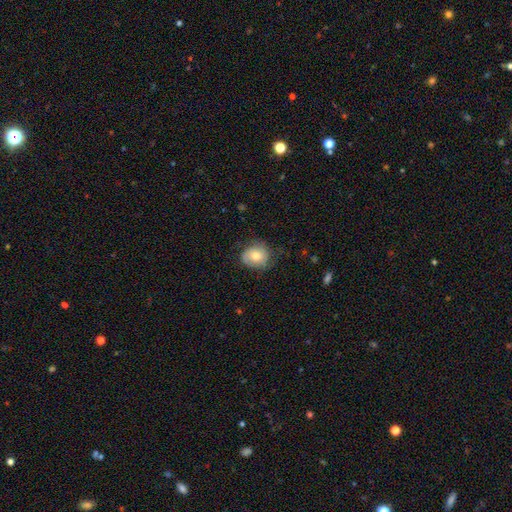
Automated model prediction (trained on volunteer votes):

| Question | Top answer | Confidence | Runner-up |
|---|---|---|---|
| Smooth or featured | smooth | 61% | featured or disk (32%) |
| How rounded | round | 67% | in between (32%) |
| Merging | none | 65% | minor disturbance (25%) |